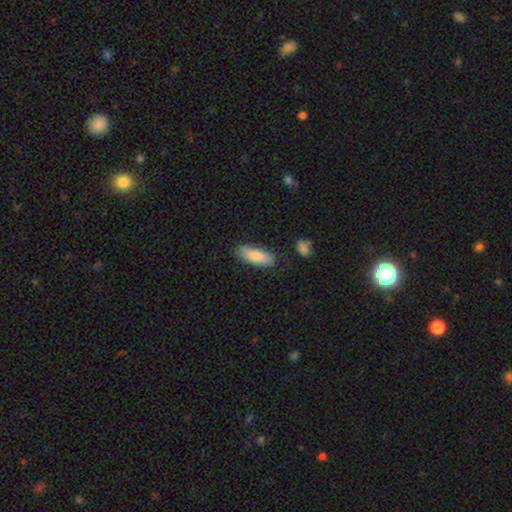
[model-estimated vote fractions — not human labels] This appears to be a smooth galaxy with no disk features (78%) that is in between round and cigar-shaped (67%). Merging: none (77%).